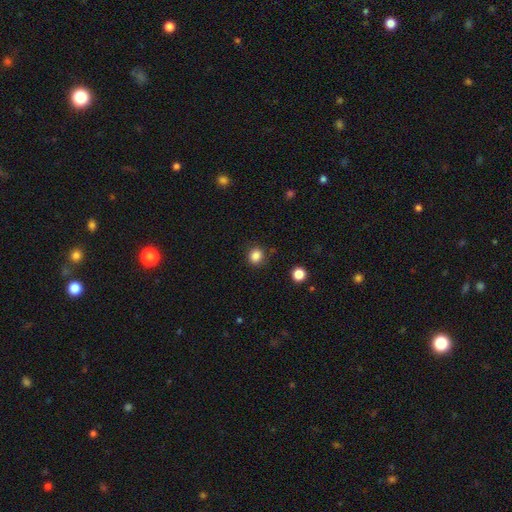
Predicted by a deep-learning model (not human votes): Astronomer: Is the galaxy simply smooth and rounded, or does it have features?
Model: smooth — 85%.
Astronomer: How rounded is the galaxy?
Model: round — 83%.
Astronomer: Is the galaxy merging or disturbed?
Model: none — 87%.